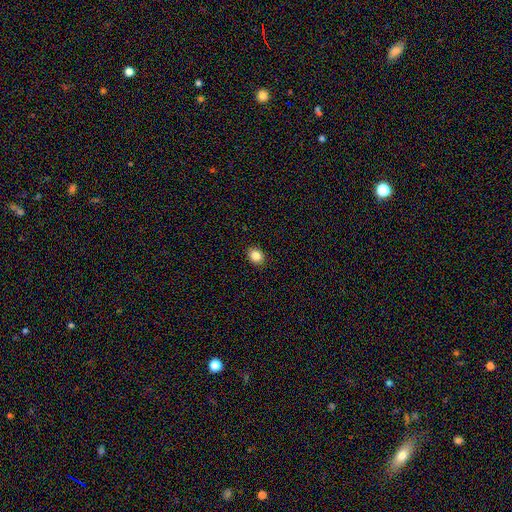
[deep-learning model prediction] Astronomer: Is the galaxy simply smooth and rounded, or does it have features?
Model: smooth — 85%.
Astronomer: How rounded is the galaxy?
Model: in between — 51% (runner-up: round, 49%).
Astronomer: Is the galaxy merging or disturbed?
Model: none — 90%.